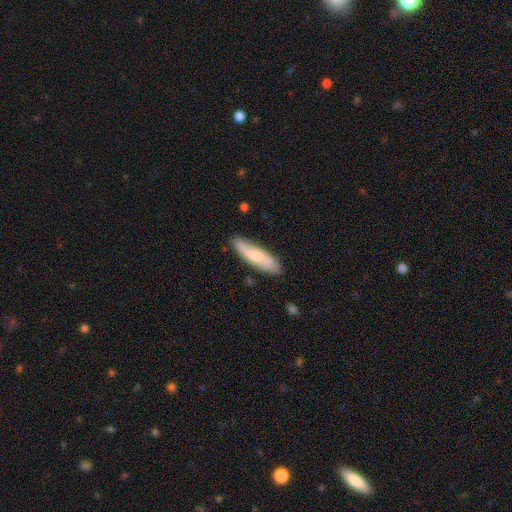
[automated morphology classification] The model was most divided on "smooth or featured": smooth: 57%, featured or disk: 38%, star or artifact: 6%. More confident: merging — none (83%); how rounded — cigar-shaped (61%).